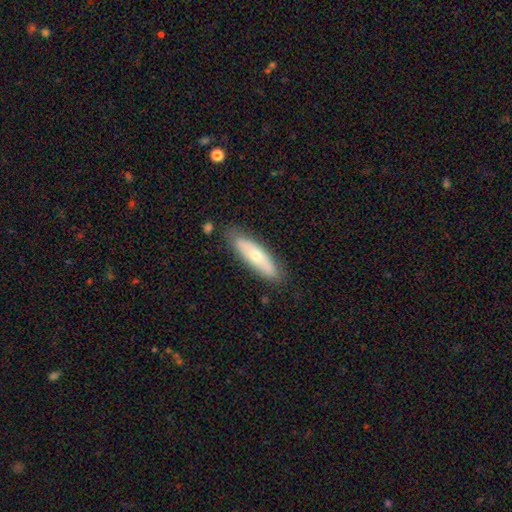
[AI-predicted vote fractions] This appears to be a smooth galaxy with no disk features (53%) that is cigar-shaped (60%). Merging: none (82%).